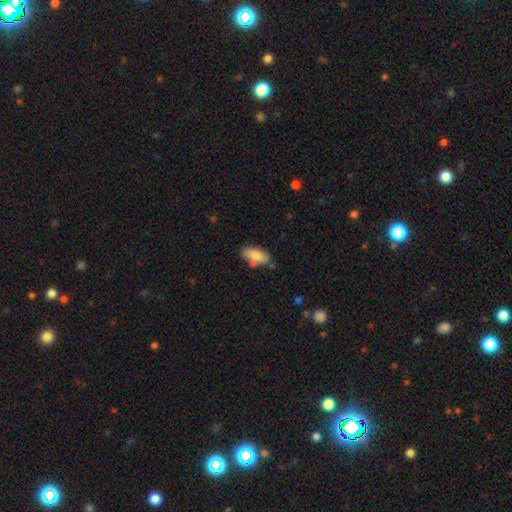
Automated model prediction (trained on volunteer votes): This appears to be a smooth galaxy with no disk features (81%) that is in between round and cigar-shaped (89%). Merging: none (68%).